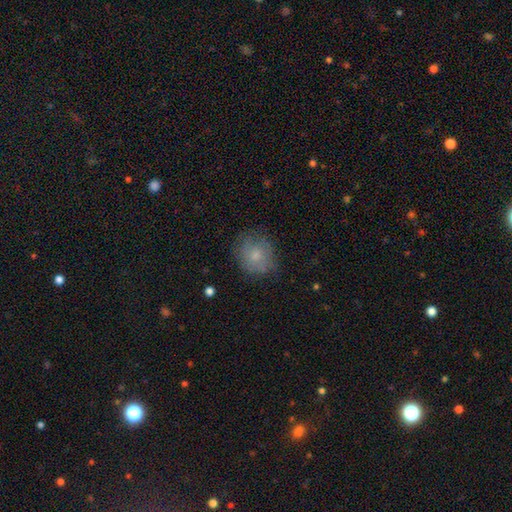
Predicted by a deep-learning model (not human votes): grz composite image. It shows a smooth galaxy with no disk features (70%) that is round (81%). Merging: none (69%).